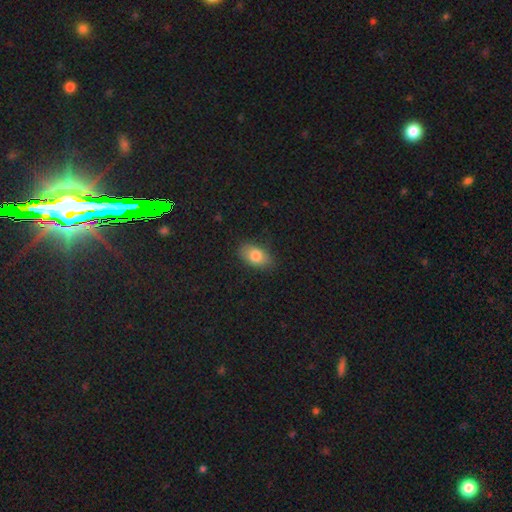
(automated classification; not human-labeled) Smooth or featured? smooth (80%)
How rounded? in between (89%)
Merging? none (82%)